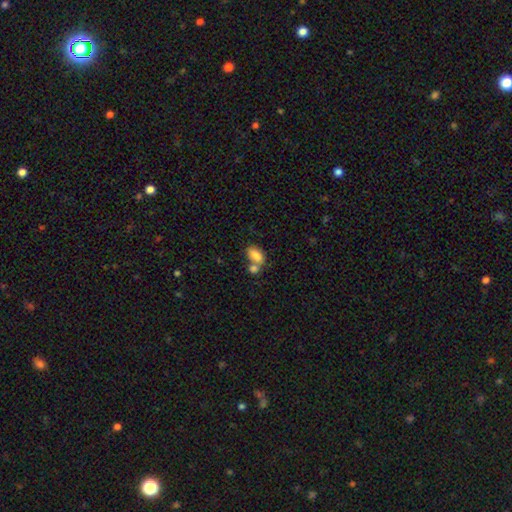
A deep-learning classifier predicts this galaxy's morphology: smooth 82%, featured or disk 9%, star or artifact 8%. Down the decision tree: how rounded — in between (90%); merging — merger (49%).